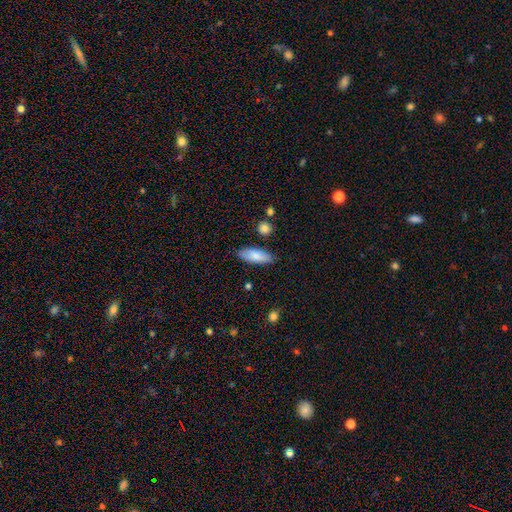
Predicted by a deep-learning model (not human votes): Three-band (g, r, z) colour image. It shows a smooth galaxy with no disk features (81%) that is in between round and cigar-shaped (73%). Merging: none (84%).